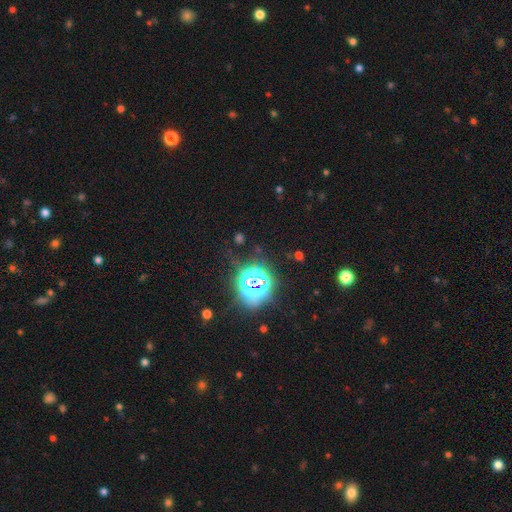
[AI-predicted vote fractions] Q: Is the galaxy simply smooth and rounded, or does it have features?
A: star or artifact — 81%.